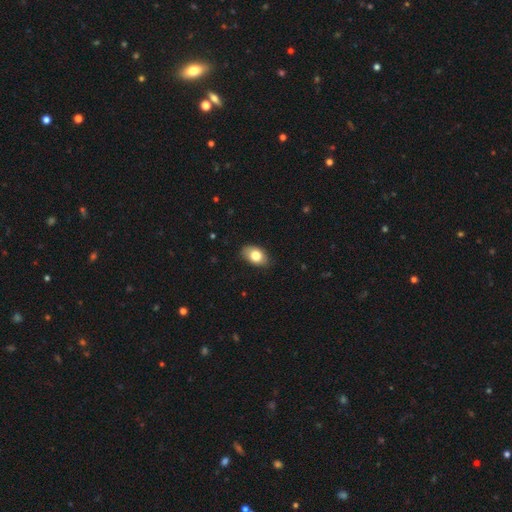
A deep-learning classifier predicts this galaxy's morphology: Smooth or featured?
  - smooth: 79% *
  - featured or disk: 14%
  - star or artifact: 7%
How rounded?
  - in between: 87% *
  - round: 11%
  - cigar-shaped: 1%
Merging?
  - none: 82% *
  - minor disturbance: 15%
  - major disturbance: 2%
  - merger: 1%